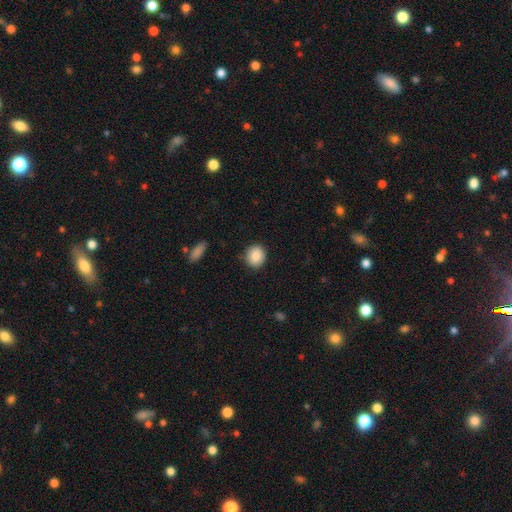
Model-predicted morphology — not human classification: type=smooth (88%); roundness=round (79%); merging=none (87%).